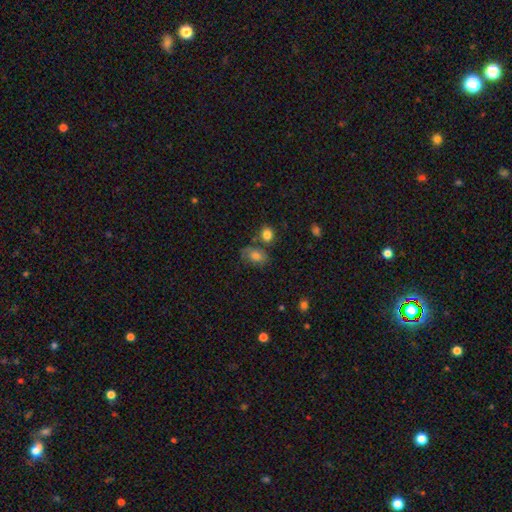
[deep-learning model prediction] smooth 65%, featured or disk 23%, star or artifact 12%. Down the decision tree: how rounded — in between (78%); merging — none (55%).